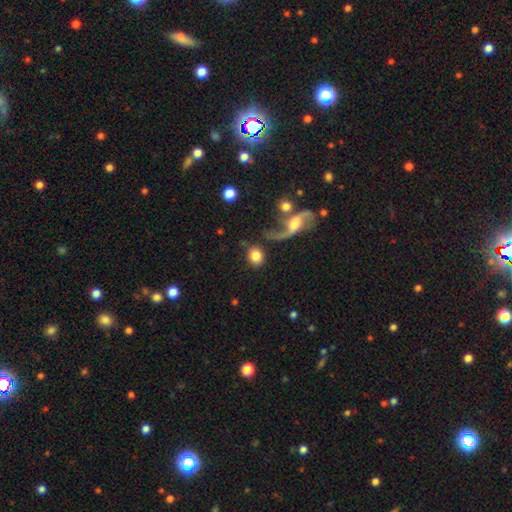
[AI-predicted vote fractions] The model was most divided on "how rounded": round: 71%, in between: 27%, cigar-shaped: 2%. More confident: smooth or featured — smooth (77%); merging — none (69%).